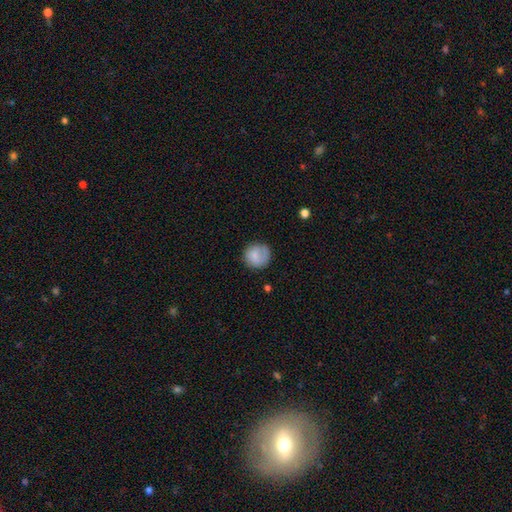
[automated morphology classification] smooth 77%, featured or disk 15%, star or artifact 7%. Down the decision tree: how rounded — round (88%); merging — none (71%).